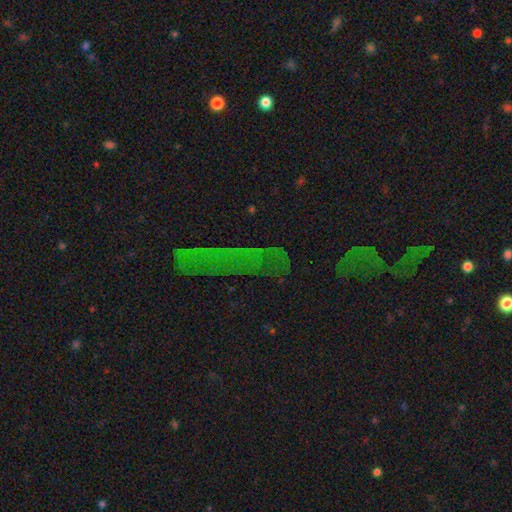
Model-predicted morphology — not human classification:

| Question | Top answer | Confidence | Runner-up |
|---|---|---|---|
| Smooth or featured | star or artifact | 67% | featured or disk (17%) |